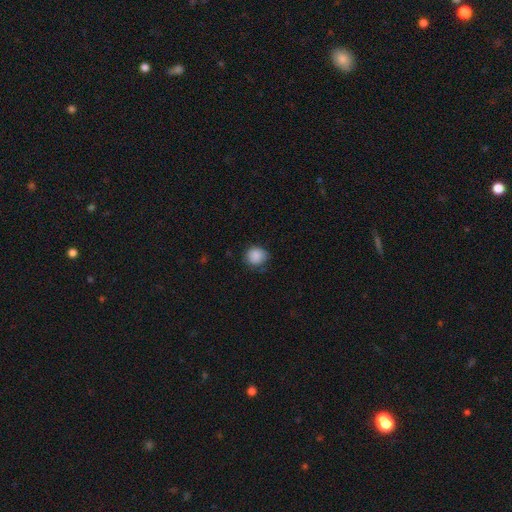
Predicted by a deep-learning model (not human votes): Overall: smooth (88%). How rounded: round (84%). Merging: none (76%).